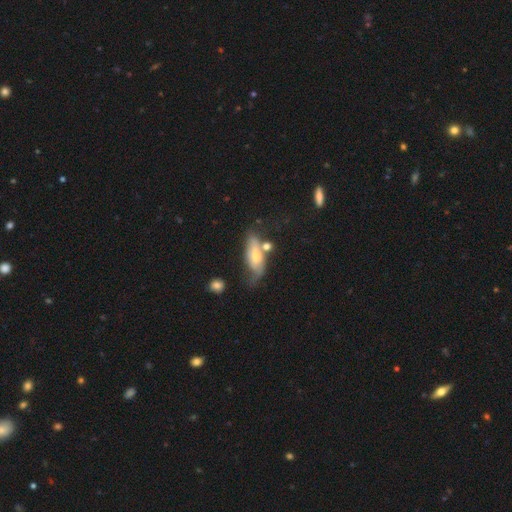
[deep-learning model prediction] A featured or disk galaxy (46%, tied with smooth).

Vote fractions:
- Smooth or featured? featured or disk: 46% (tied) / smooth: 46% (tied) / star or artifact: 8%
- Merging? none: 37% / minor disturbance: 27% / major disturbance: 18% / merger: 17%